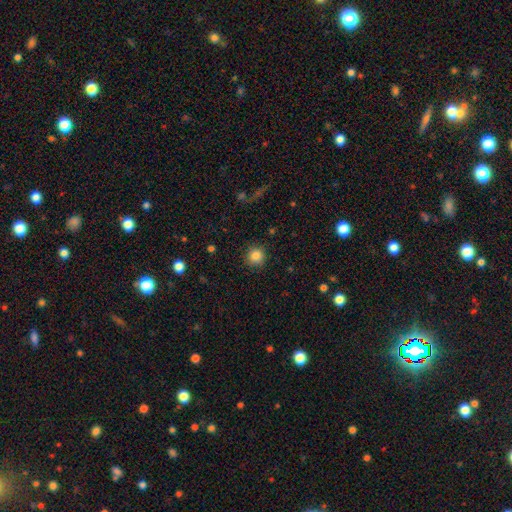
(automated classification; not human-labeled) Overall: smooth (84%). How rounded: round (94%). Merging: none (89%).